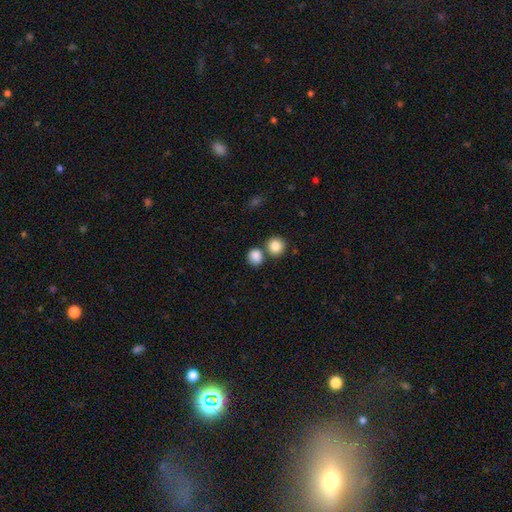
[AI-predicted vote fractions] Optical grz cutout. It shows a smooth galaxy with no disk features (86%) that is round (77%). Merging: none (64%).